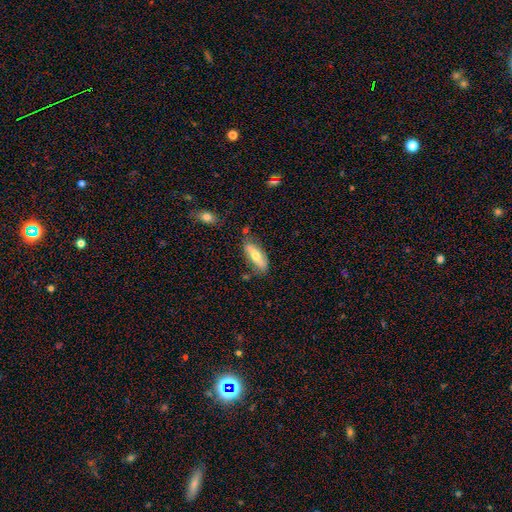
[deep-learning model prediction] Overall: smooth (60%; featured or disk 34%). How rounded: in between (69%; cigar-shaped 29%). Merging: none (72%).